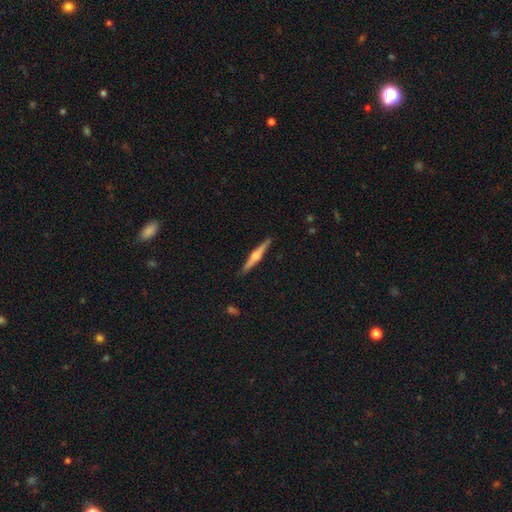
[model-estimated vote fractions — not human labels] smooth_or_featured: featured or disk (p=0.73) [alt: smooth p=0.21]
disk_edge_on: yes (p=0.98) [alt: no p=0.02]
edge_on_bulge: rounded (p=0.91) [alt: boxy p=0.06]
merging: none (p=0.91) [alt: minor disturbance p=0.07]